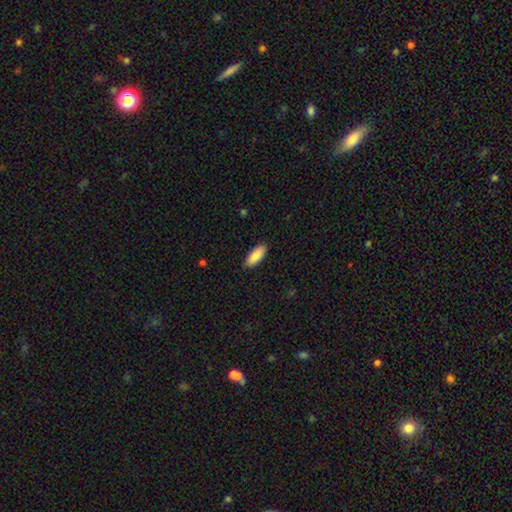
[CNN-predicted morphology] A smooth galaxy with no disk features (88%) that is in between round and cigar-shaped (77%).

Vote fractions:
- Smooth or featured? smooth: 88% / featured or disk: 6% / star or artifact: 6%
- How rounded? in between: 77% / cigar-shaped: 22% / round: 2%
- Merging? none: 90% / minor disturbance: 8% / major disturbance: 2% / merger: 1%